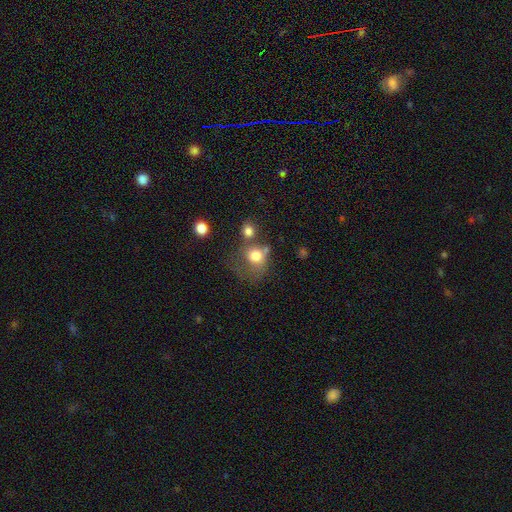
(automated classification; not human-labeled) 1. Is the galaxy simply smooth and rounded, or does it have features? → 74% smooth, 15% featured or disk, 11% star or artifact.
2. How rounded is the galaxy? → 74% round, 25% in between, 1% cigar-shaped.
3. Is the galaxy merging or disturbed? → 31% none, 29% merger, 23% major disturbance, 17% minor disturbance.